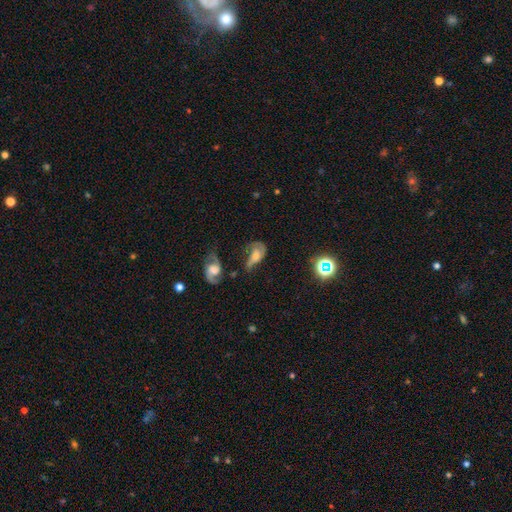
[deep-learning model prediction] The model was most divided on "merging": major disturbance: 33%, none: 29%, minor disturbance: 25%, merger: 13%. More confident: edge-on disk — no (92%); smooth or featured — featured or disk (54%).